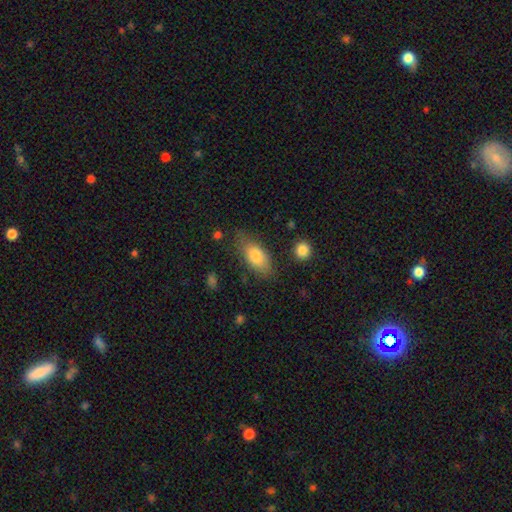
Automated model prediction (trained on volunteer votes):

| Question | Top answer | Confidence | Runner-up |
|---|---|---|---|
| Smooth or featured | smooth | 77% | featured or disk (16%) |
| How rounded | in between | 86% | cigar-shaped (10%) |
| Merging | none | 70% | minor disturbance (21%) |